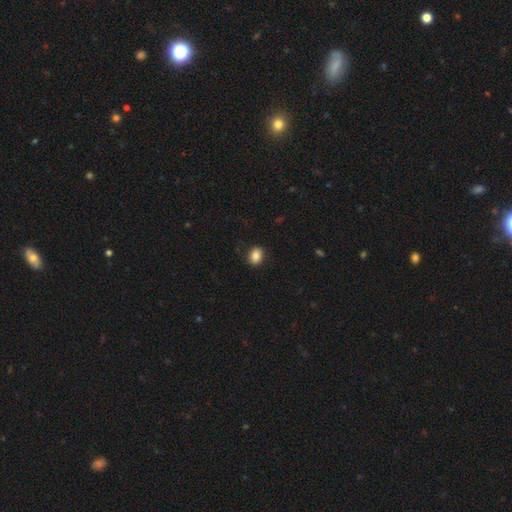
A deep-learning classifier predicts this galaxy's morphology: This appears to be a smooth galaxy with no disk features (85%) that is in between round and cigar-shaped (62%). Merging: none (86%).